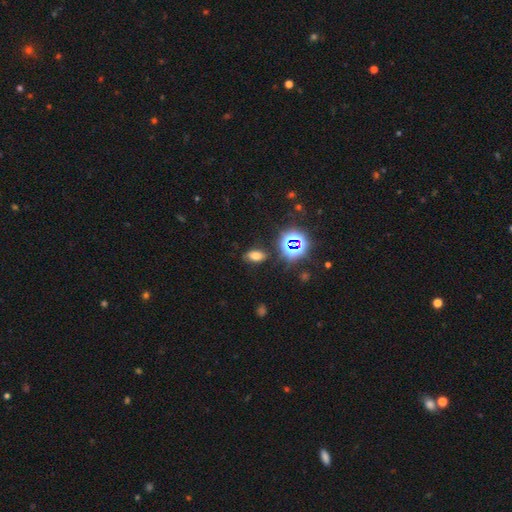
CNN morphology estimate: This appears to be a smooth galaxy with no disk features (64%) that is in between round and cigar-shaped (86%). Merging: none (83%).